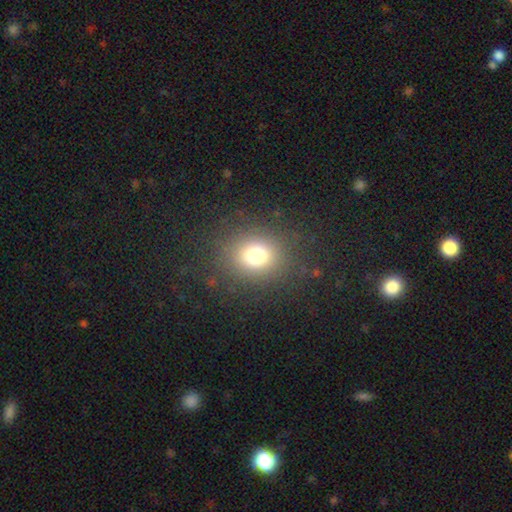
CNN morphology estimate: type=smooth (72%); roundness=round (72%); merging=none (84%).